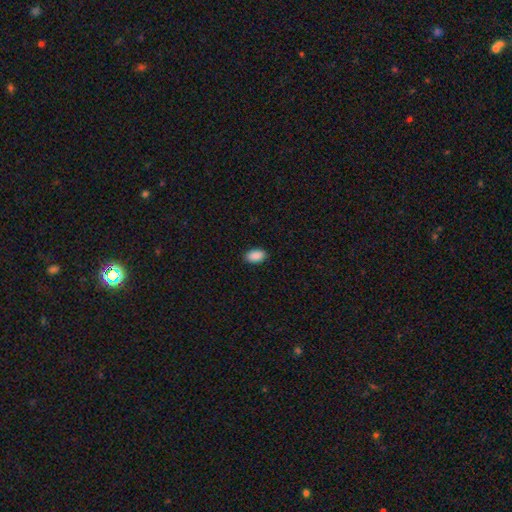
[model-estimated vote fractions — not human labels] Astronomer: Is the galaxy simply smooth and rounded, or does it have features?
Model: smooth — 90%.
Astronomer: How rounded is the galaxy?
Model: in between — 92%.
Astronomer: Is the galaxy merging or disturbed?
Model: none — 89%.